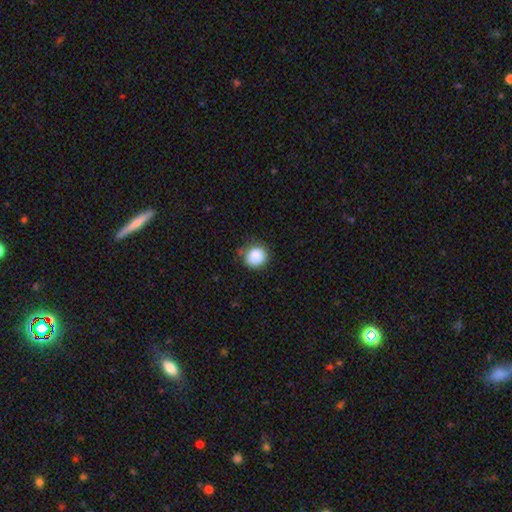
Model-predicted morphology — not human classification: smooth 86%, star or artifact 9%, featured or disk 5%. Down the decision tree: how rounded — round (83%); merging — none (74%).